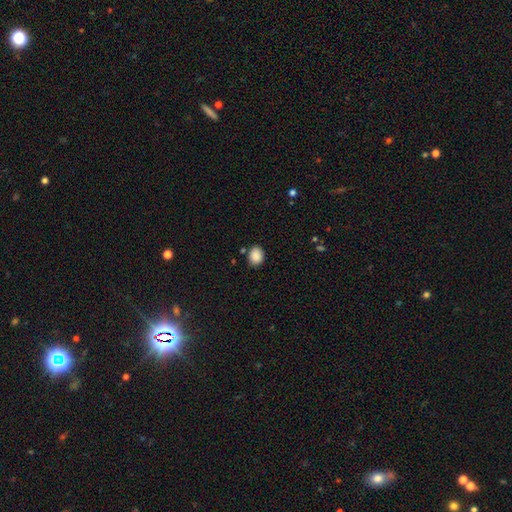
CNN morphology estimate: Smooth or featured? smooth (89%)
How rounded? in between (53%)
Merging? none (82%)